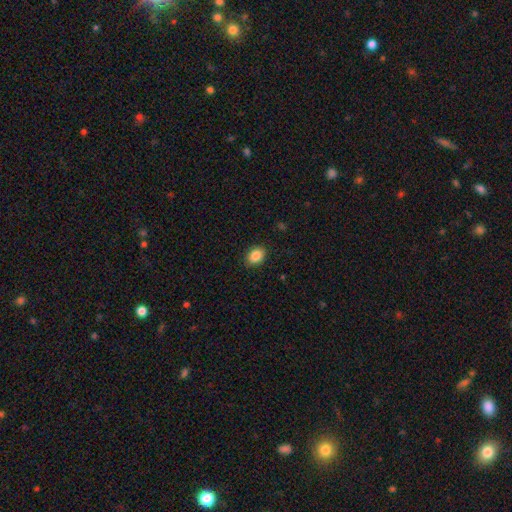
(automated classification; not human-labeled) Smooth or featured?
  - smooth: 87% *
  - star or artifact: 8%
  - featured or disk: 5%
How rounded?
  - in between: 71% *
  - round: 28%
  - cigar-shaped: 1%
Merging?
  - none: 88% *
  - minor disturbance: 9%
  - major disturbance: 2%
  - merger: 1%